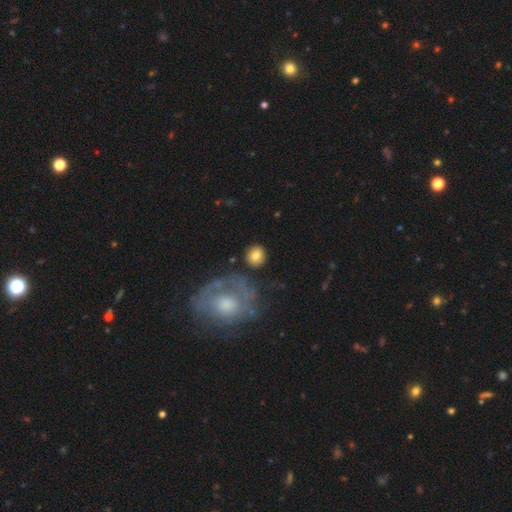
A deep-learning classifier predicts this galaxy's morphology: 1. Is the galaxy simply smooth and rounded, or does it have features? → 82% smooth, 11% featured or disk, 7% star or artifact.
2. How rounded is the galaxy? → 85% round, 14% in between, 1% cigar-shaped.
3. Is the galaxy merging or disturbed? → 84% none, 8% minor disturbance, 4% merger, 4% major disturbance.